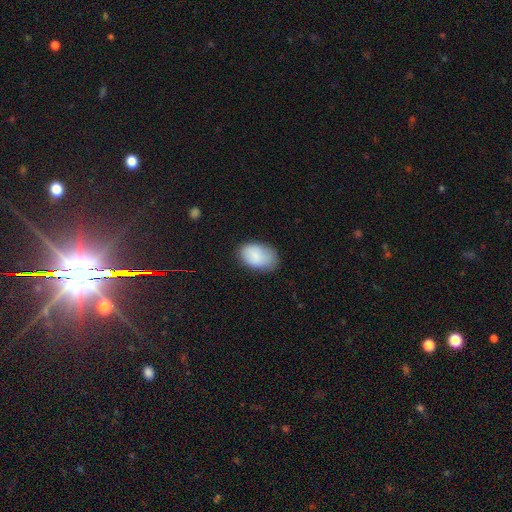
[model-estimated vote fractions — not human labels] Q: Smooth or featured?
A: smooth (86%); runner-up: featured or disk (7%)
Q: How rounded?
A: in between (91%); runner-up: round (8%)
Q: Merging?
A: none (68%); runner-up: minor disturbance (25%)